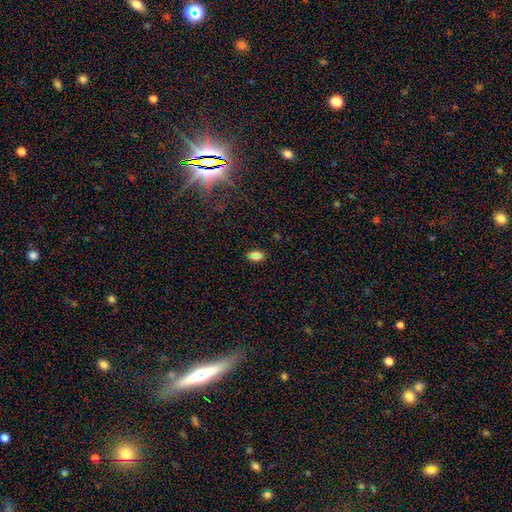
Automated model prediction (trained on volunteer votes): Smooth or featured? Predicted: smooth (p=0.82). How rounded? Predicted: in between (p=0.91). Merging? Predicted: none (p=0.85).